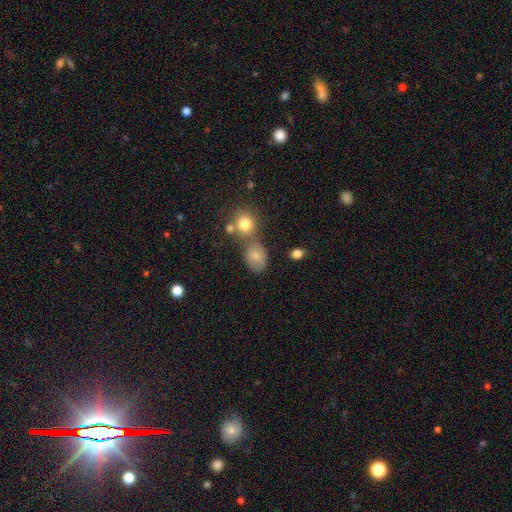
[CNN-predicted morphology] Overall: smooth (74%). How rounded: in between (61%; round 38%). Merging: none (52%; merger 24%).